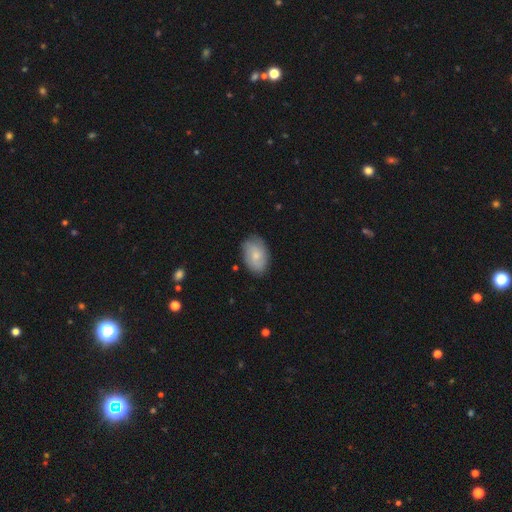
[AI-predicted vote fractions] Q: Smooth or featured?
A: smooth (62%); runner-up: featured or disk (32%)
Q: How rounded?
A: in between (89%); runner-up: round (10%)
Q: Merging?
A: none (78%); runner-up: minor disturbance (17%)